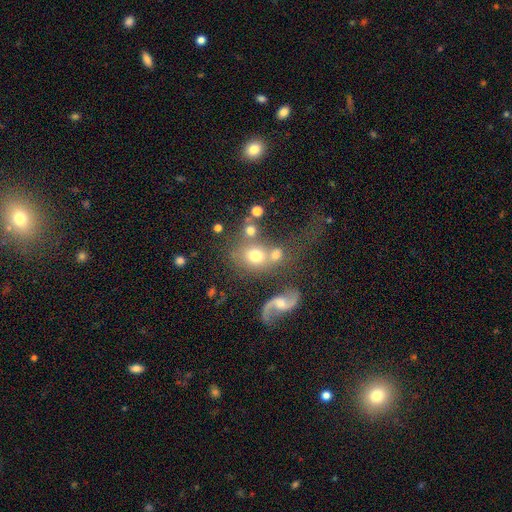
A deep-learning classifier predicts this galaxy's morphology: Smooth or featured? Predicted: smooth (p=0.58). How rounded? Predicted: round (p=0.65). Merging? Predicted: none (p=0.47).